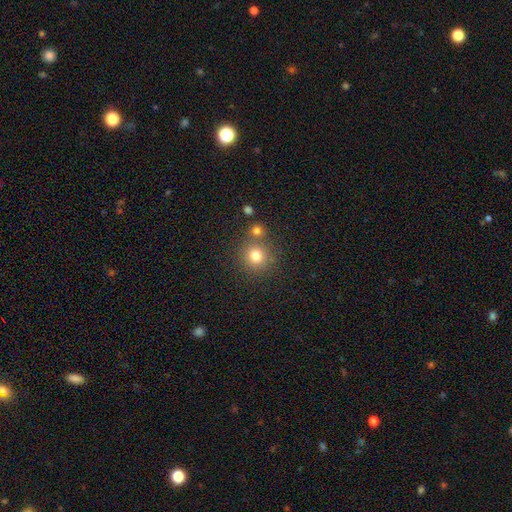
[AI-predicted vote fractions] Morphology: type=smooth (78%); roundness=round (93%); merging=none (74%).